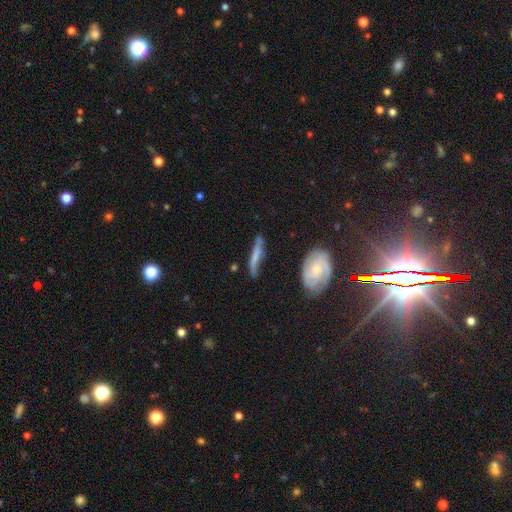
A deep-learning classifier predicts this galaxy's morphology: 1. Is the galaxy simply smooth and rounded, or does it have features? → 49% featured or disk, 43% smooth, 7% star or artifact.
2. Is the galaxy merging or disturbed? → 67% none, 22% minor disturbance, 7% major disturbance, 4% merger.